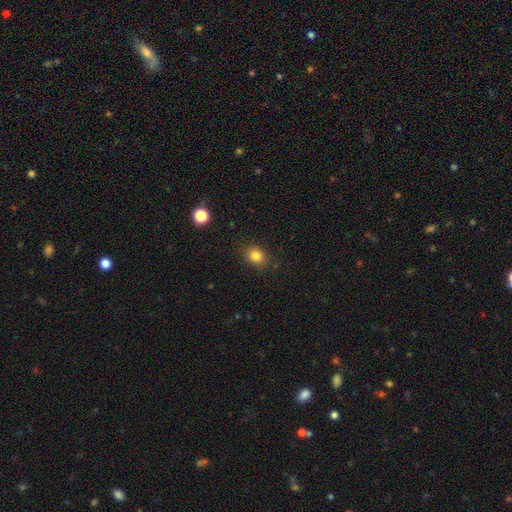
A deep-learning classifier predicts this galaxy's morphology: smooth 83%, star or artifact 11%, featured or disk 6%. Down the decision tree: how rounded — in between (50%); merging — none (85%).